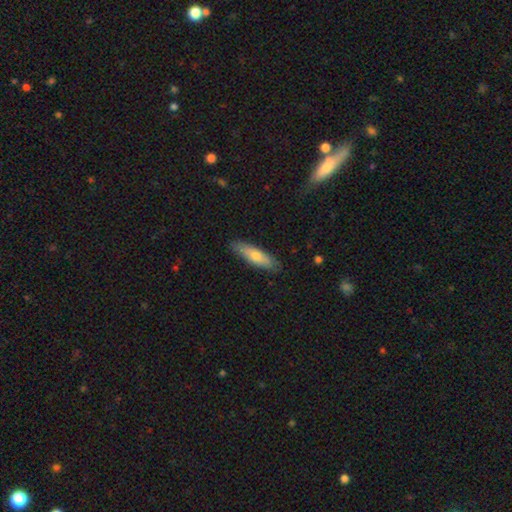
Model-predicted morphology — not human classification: smooth 69%, featured or disk 25%, star or artifact 6%. Down the decision tree: how rounded — cigar-shaped (64%); merging — none (85%).